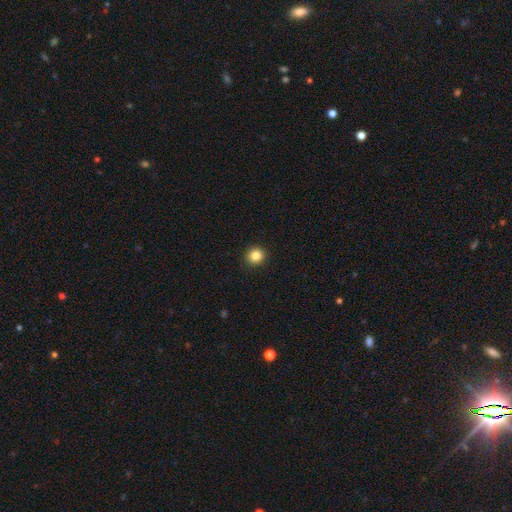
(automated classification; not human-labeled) The model was most divided on "smooth or featured": smooth: 85%, star or artifact: 10%, featured or disk: 4%. More confident: merging — none (92%); how rounded — round (89%).